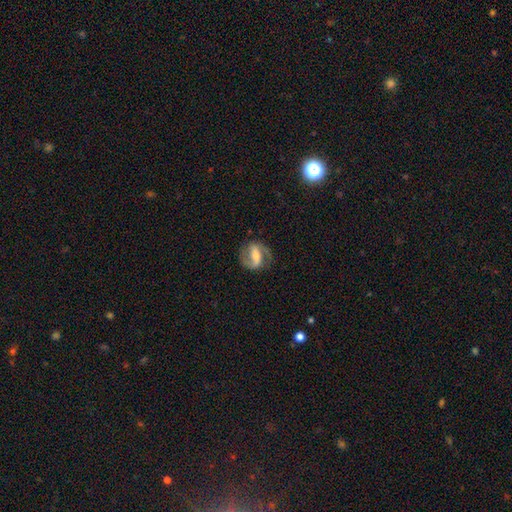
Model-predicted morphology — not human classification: Smooth or featured?
  - featured or disk: 80% *
  - smooth: 14%
  - star or artifact: 6%
Edge-on disk?
  - no: 96% *
  - yes: 4%
Bar?
  - strong: 54% *
  - weak: 31%
  - no: 14%
Spiral arms?
  - yes: 92% *
  - no: 8%
Spiral winding?
  - medium: 50% *
  - loose: 27%
  - tight: 23%
Spiral arm count?
  - 2: 89% *
  - 1: 5%
  - can't tell: 4%
  - 3: 1%
  - 4: 1%
  - more than 4: 1%
Bulge size?
  - moderate: 53% *
  - small: 36%
  - large: 6%
  - none: 4%
  - dominant: 1%
Merging?
  - none: 78% *
  - minor disturbance: 14%
  - major disturbance: 7%
  - merger: 1%